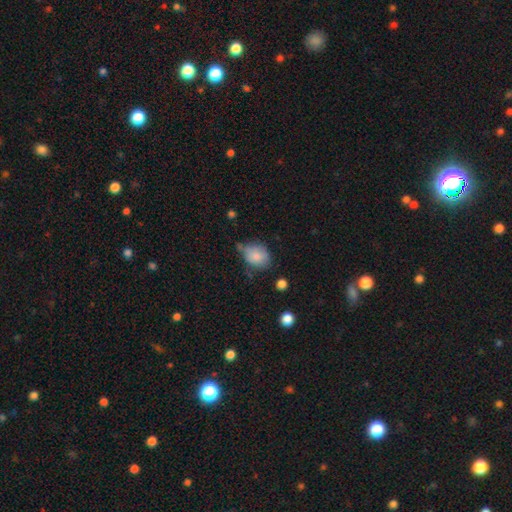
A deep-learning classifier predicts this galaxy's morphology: Smooth or featured? Predicted: smooth (p=0.80). How rounded? Predicted: in between (p=0.52). Merging? Predicted: none (p=0.46).